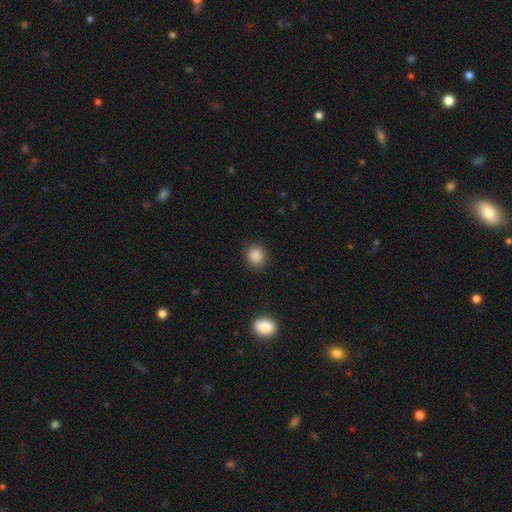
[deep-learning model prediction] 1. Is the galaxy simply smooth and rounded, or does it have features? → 87% smooth, 10% star or artifact, 4% featured or disk.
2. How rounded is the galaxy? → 83% round, 16% in between, 1% cigar-shaped.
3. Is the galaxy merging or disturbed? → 90% none, 6% minor disturbance, 2% major disturbance, 1% merger.